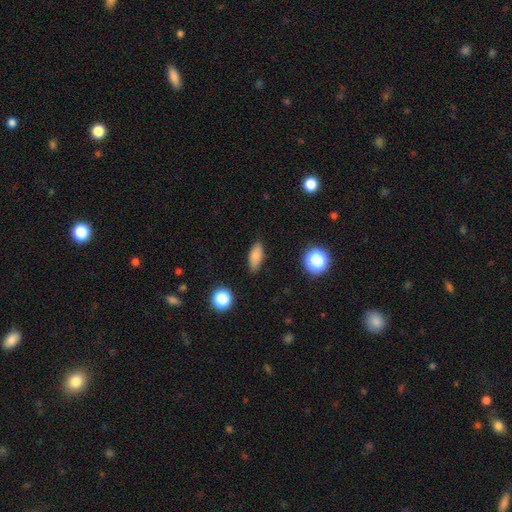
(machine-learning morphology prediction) A smooth galaxy with no disk features (81%) that is in between round and cigar-shaped (78%).

Vote fractions:
- Smooth or featured? smooth: 81% / star or artifact: 10% / featured or disk: 8%
- How rounded? in between: 78% / cigar-shaped: 16% / round: 6%
- Merging? none: 84% / minor disturbance: 12% / major disturbance: 3% / merger: 1%